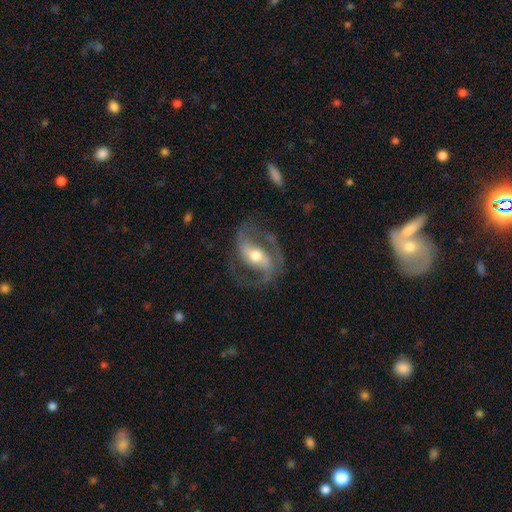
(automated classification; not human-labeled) featured or disk 88%, smooth 7%, star or artifact 5%. Down the decision tree: edge-on disk — no (96%); bar — strong (46%); spiral arms — yes (95%); spiral arm count — 2 (90%); spiral winding — medium (56%); bulge size — moderate (68%); merging — none (72%).